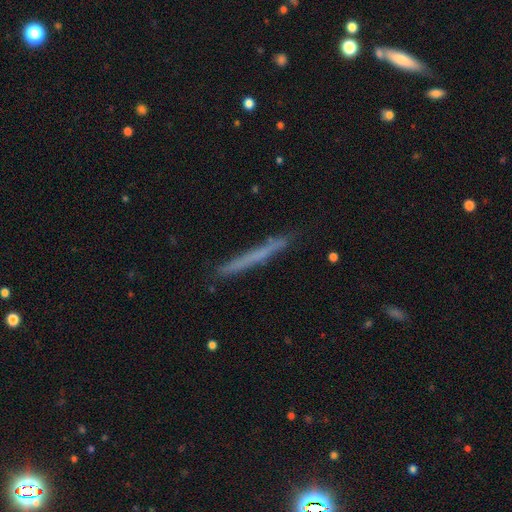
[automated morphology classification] Smooth or featured? Predicted: smooth (p=0.54). How rounded? Predicted: cigar-shaped (p=0.97). Merging? Predicted: none (p=0.87).